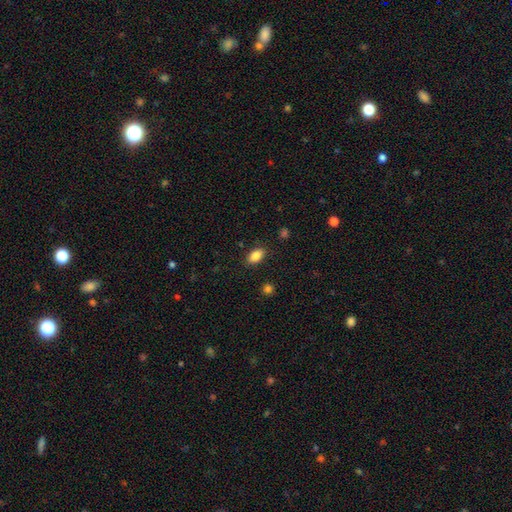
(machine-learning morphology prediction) Q: Smooth or featured?
A: smooth (86%); runner-up: star or artifact (8%)
Q: How rounded?
A: in between (90%); runner-up: round (7%)
Q: Merging?
A: none (86%); runner-up: minor disturbance (10%)